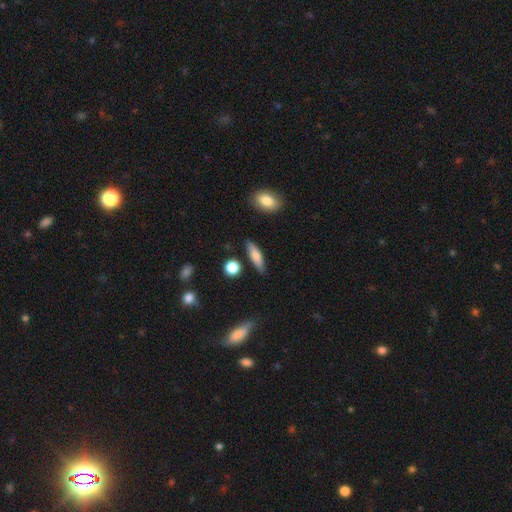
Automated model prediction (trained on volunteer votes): This is likely a smooth galaxy (68%). How rounded: likely cigar-shaped (62%). Merging: clearly none (84%).